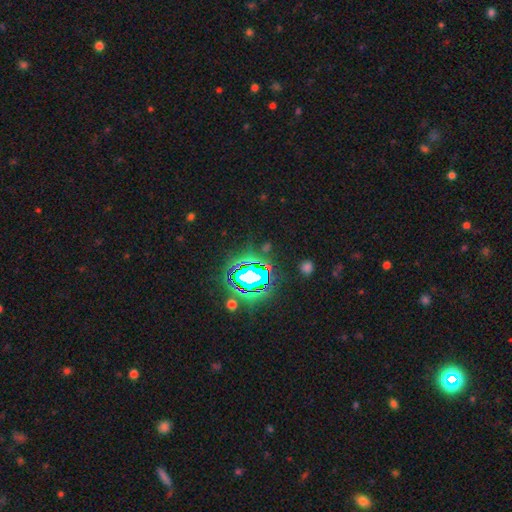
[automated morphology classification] Smooth or featured? star or artifact (82%)